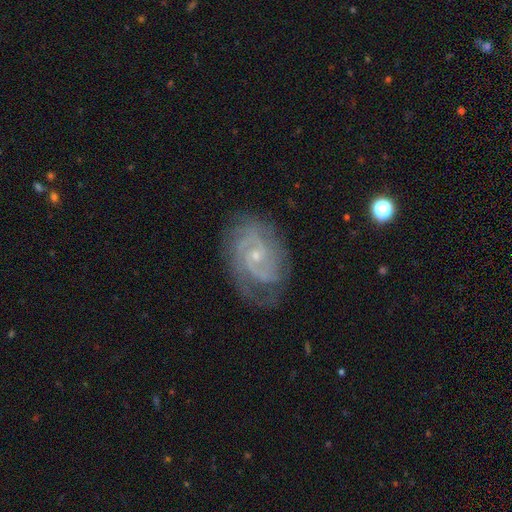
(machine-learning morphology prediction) featured or disk 88%, smooth 7%, star or artifact 6%. Down the decision tree: edge-on disk — no (97%); bar — no (63%); spiral arms — yes (97%); spiral arm count — 2 (49%); spiral winding — tight (57%); bulge size — small (77%); merging — none (73%).